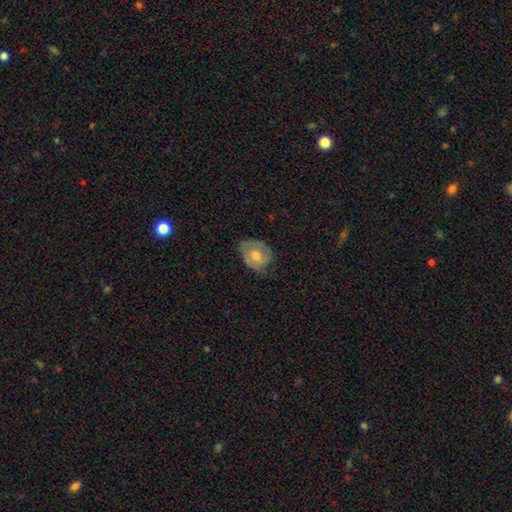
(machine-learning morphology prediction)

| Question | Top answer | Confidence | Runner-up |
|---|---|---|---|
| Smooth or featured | featured or disk | 48% | smooth (44%) |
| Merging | none | 66% | minor disturbance (25%) |